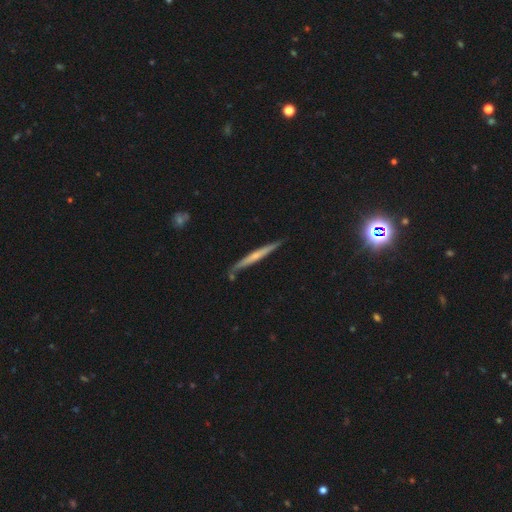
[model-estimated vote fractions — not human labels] Smooth or featured? Predicted: featured or disk (p=0.56). Edge-on disk? Predicted: yes (p=0.96). Edge-on bulge? Predicted: none (p=0.48). Merging? Predicted: none (p=0.84).